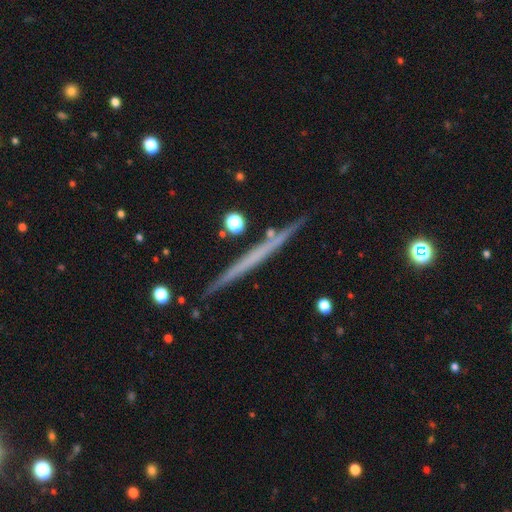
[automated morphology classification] Overall: featured or disk (60%; smooth 33%). Edge-on disk: yes (97%). Edge-on bulge: none (91%). Merging: none (89%).